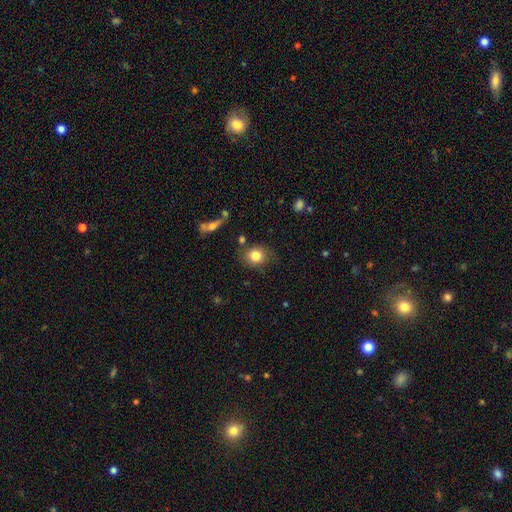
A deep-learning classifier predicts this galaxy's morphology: type=smooth (82%); roundness=round (73%); merging=none (76%).